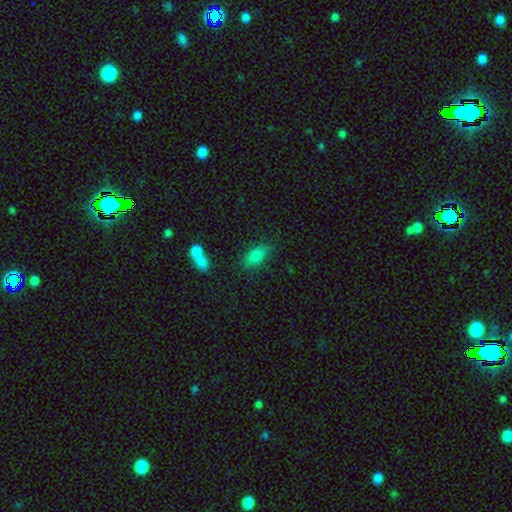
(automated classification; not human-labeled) Smooth or featured? smooth (80%)
How rounded? in between (84%)
Merging? none (73%)